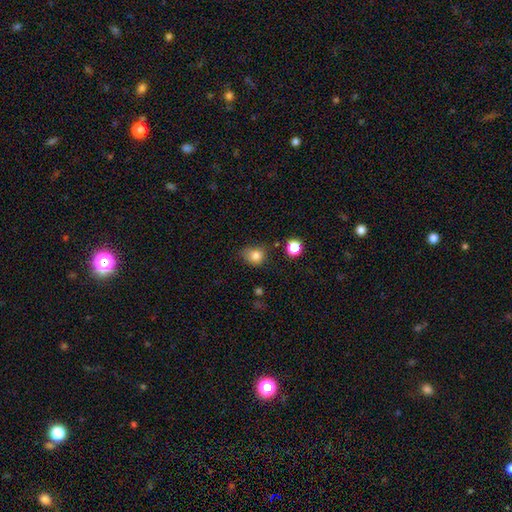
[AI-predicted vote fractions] smooth_or_featured: smooth (p=0.81) [alt: star or artifact p=0.12]
how_rounded: round (p=0.64) [alt: in between p=0.35]
merging: none (p=0.54) [alt: minor disturbance p=0.32]